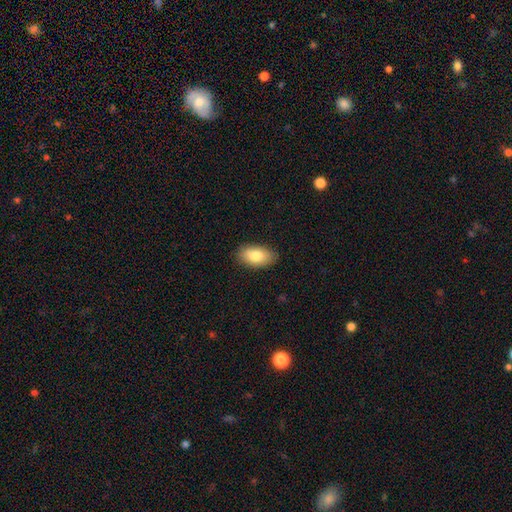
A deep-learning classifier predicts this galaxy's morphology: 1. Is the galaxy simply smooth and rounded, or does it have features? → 81% smooth, 12% featured or disk, 7% star or artifact.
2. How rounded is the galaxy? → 93% in between, 5% round, 2% cigar-shaped.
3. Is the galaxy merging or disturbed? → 87% none, 10% minor disturbance, 2% major disturbance, 1% merger.